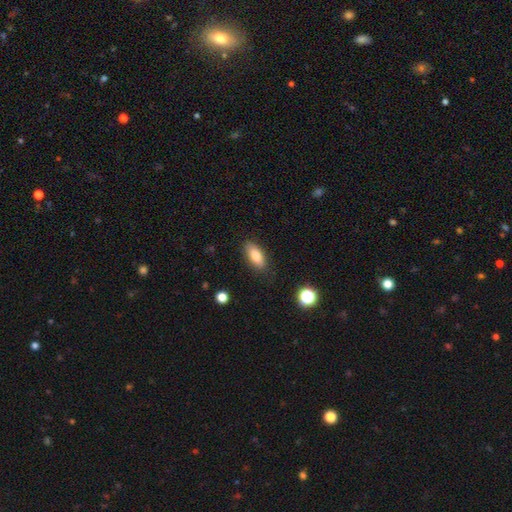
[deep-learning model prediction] smooth_or_featured: smooth (p=0.81) [alt: featured or disk p=0.11]
how_rounded: in between (p=0.82) [alt: cigar-shaped p=0.15]
merging: none (p=0.86) [alt: minor disturbance p=0.11]